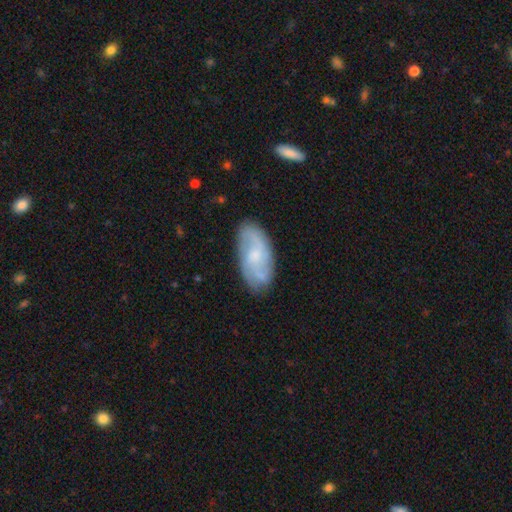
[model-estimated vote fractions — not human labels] Smooth or featured? featured or disk (66%)
Edge-on disk? no (95%)
Bar? no (61%)
Spiral arms? yes (90%)
Spiral winding? medium (45%)
Spiral arm count? 2 (37%)
Bulge size? small (52%)
Merging? none (75%)